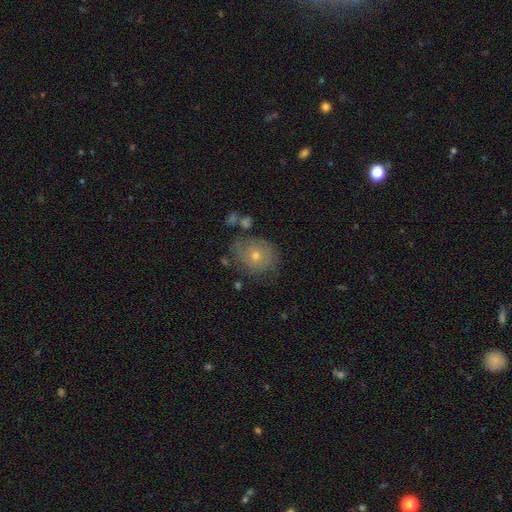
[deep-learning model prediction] Smooth or featured? Predicted: smooth (p=0.47). Merging? Predicted: none (p=0.70).